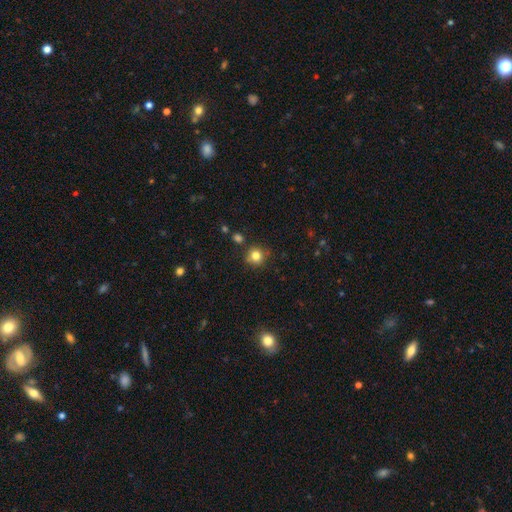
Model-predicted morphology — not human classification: This is clearly a smooth galaxy (81%). How rounded: clearly round (90%). Merging: clearly none (81%).